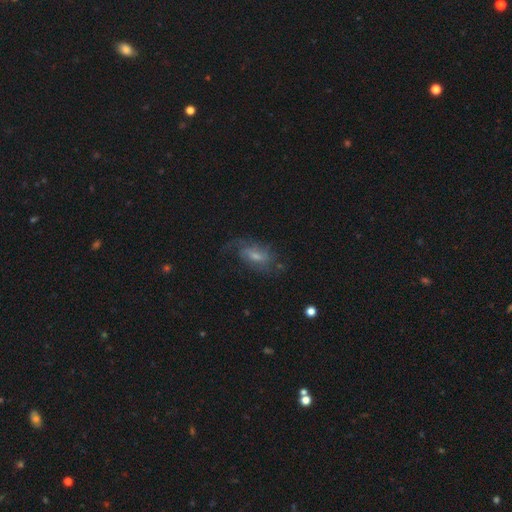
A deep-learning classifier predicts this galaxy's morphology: Q: Smooth or featured?
A: featured or disk (59%); runner-up: smooth (31%)
Q: Edge-on disk?
A: no (91%); runner-up: yes (9%)
Q: Bar?
A: weak (49%); runner-up: no (37%)
Q: Spiral arms?
A: yes (79%); runner-up: no (21%)
Q: Bulge size?
A: small (45%); runner-up: moderate (39%)
Q: Merging?
A: none (54%); runner-up: minor disturbance (23%)